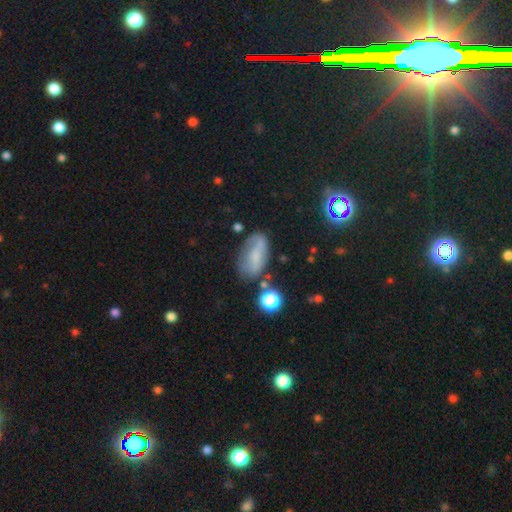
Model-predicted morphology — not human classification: smooth_or_featured: smooth (p=0.55) [alt: featured or disk p=0.32]
how_rounded: in between (p=0.87) [alt: round p=0.07]
merging: none (p=0.54) [alt: minor disturbance p=0.28]